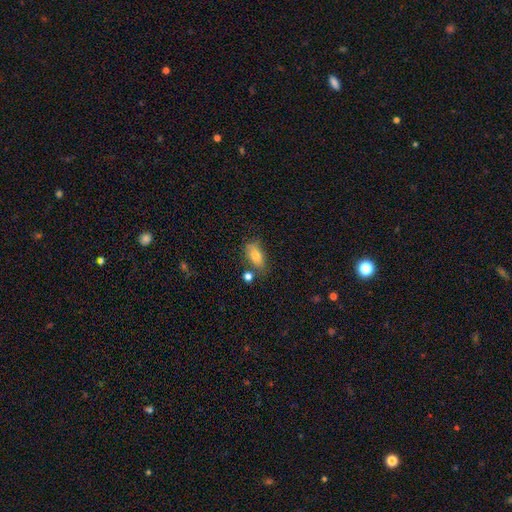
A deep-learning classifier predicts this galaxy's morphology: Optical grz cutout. It shows a smooth galaxy with no disk features (77%) that is in between round and cigar-shaped (86%). Merging: none (65%).